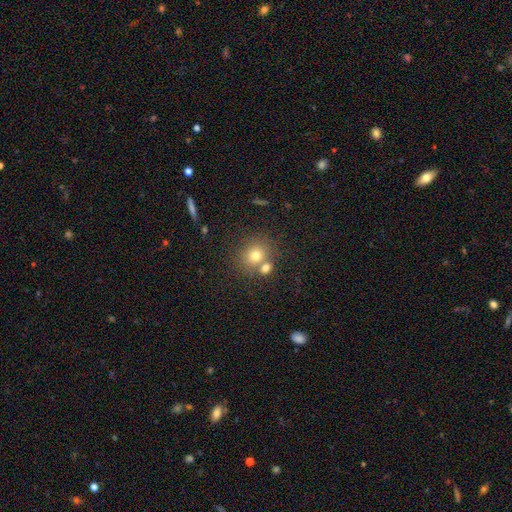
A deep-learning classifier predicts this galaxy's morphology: A smooth galaxy with no disk features (74%) that is round (79%).

Vote fractions:
- Smooth or featured? smooth: 74% / star or artifact: 14% / featured or disk: 12%
- How rounded? round: 79% / in between: 20% / cigar-shaped: 1%
- Merging? none: 58% / merger: 30% / minor disturbance: 9% / major disturbance: 3%